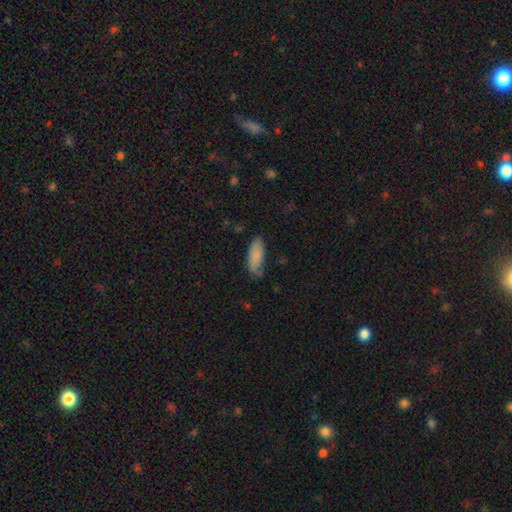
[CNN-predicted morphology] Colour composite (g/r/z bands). It shows a smooth galaxy with no disk features (85%) that is in between round and cigar-shaped (77%). Merging: none (70%).